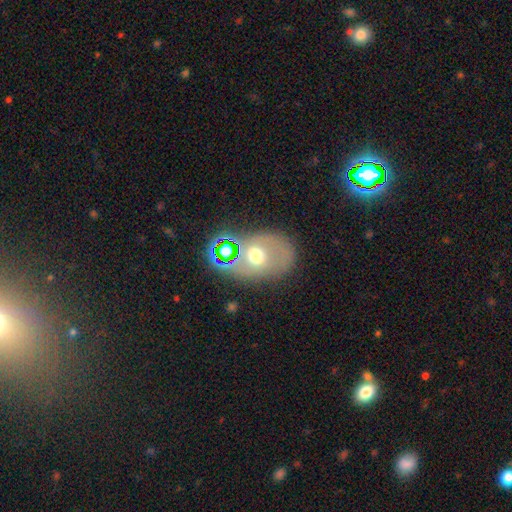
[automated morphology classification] This appears to be a smooth galaxy with no disk features (49%). Merging: none (61%).